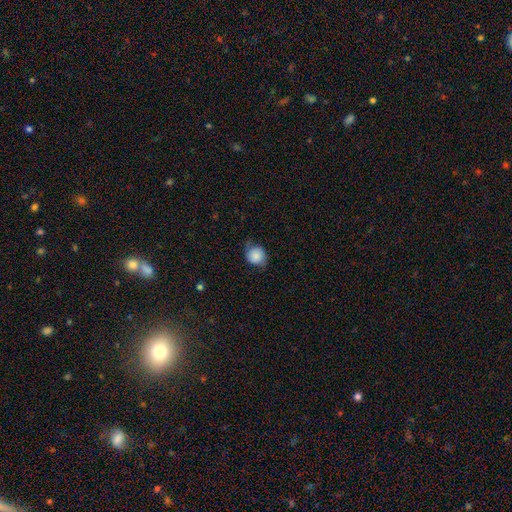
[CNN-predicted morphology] Smooth or featured: smooth — 80% (featured or disk — 11%)
How rounded: round — 79% (in between — 20%)
Merging: none — 64% (minor disturbance — 27%)